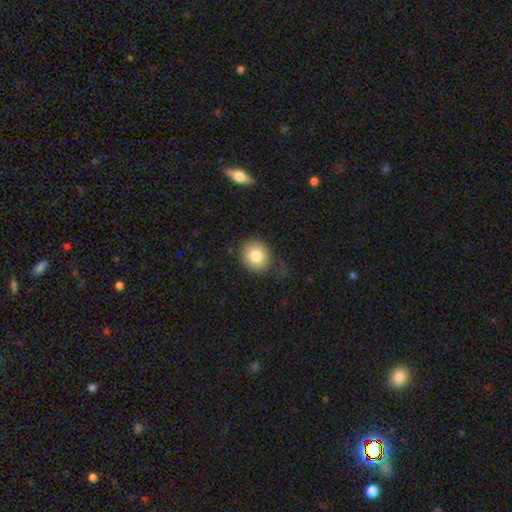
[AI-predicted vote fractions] This appears to be a smooth galaxy with no disk features (81%) that is round (74%). Merging: none (71%).